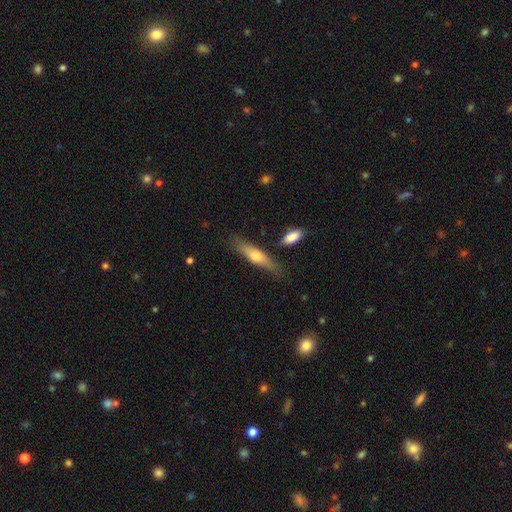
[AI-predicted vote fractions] Overall: smooth (57%; featured or disk 37%). How rounded: cigar-shaped (70%). Merging: none (75%).